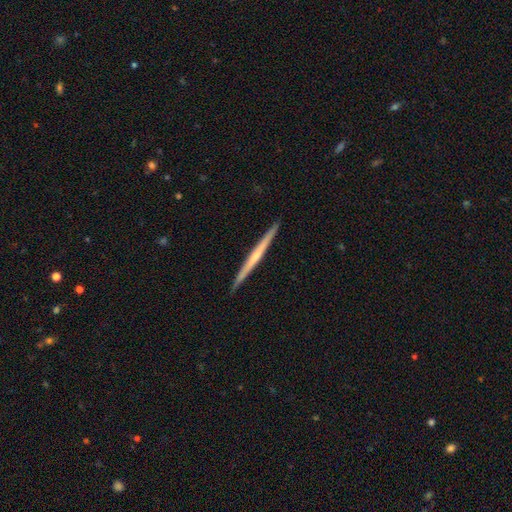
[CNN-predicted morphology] A featured or disk galaxy (61%) viewed edge-on (98%) with no central bulge (68%). Merging: none (92%).